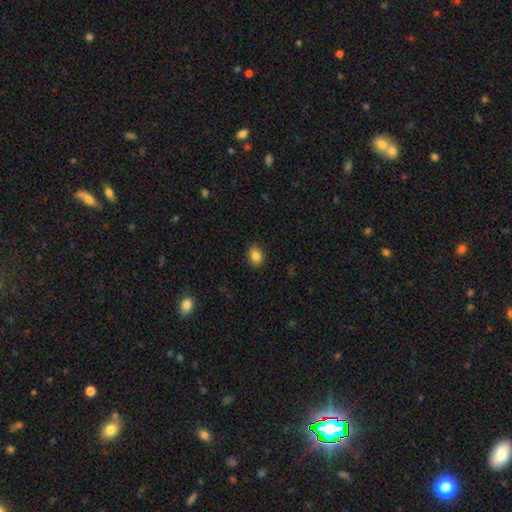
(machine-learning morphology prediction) Smooth or featured: smooth — 85% (star or artifact — 10%)
How rounded: in between — 58% (round — 41%)
Merging: none — 87% (minor disturbance — 10%)